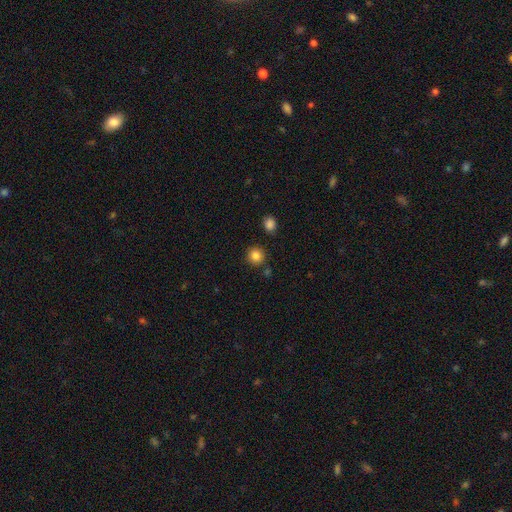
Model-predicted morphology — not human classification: Overall: smooth (85%). How rounded: round (92%). Merging: none (87%).